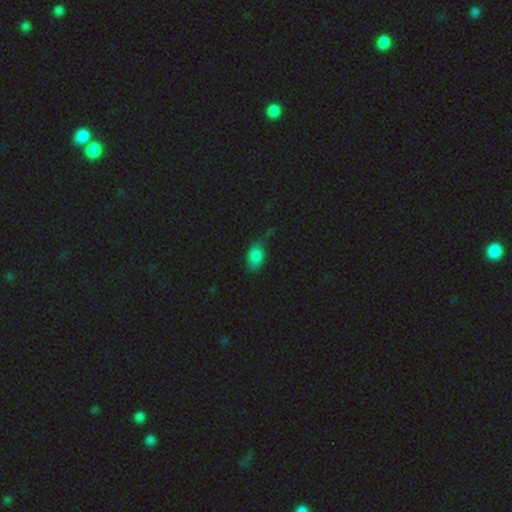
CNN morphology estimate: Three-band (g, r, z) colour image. It shows a smooth galaxy with no disk features (80%) that is in between round and cigar-shaped (84%). Merging: none (46%).